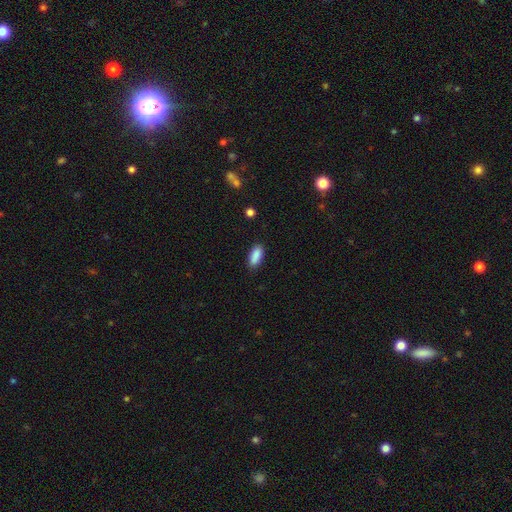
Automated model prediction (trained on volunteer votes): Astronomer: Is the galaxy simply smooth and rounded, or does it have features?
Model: smooth — 89%.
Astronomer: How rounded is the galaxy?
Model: in between — 84%.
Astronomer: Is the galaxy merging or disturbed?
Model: none — 84%.